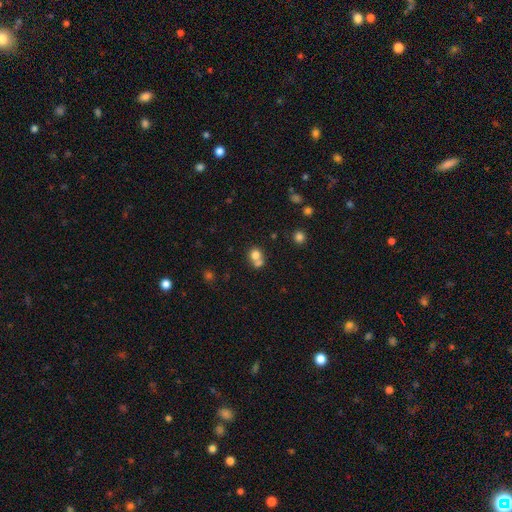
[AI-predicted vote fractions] This is likely a smooth galaxy (75%). How rounded: likely round (76%). Merging: possibly merger (53%).